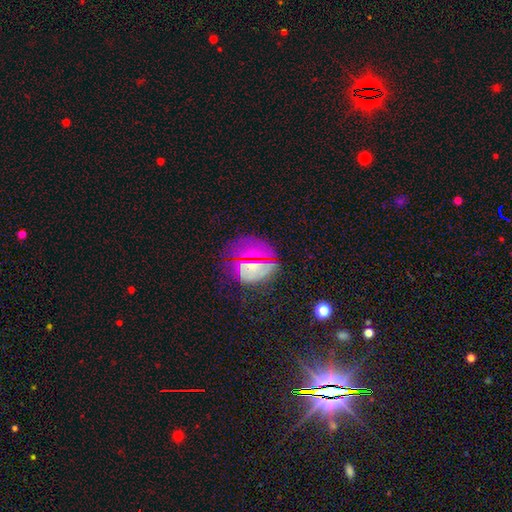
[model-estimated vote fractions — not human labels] Smooth or featured?
  - featured or disk: 38% *
  - smooth: 32%
  - star or artifact: 30%
Merging?
  - none: 58% *
  - minor disturbance: 20%
  - major disturbance: 17%
  - merger: 5%